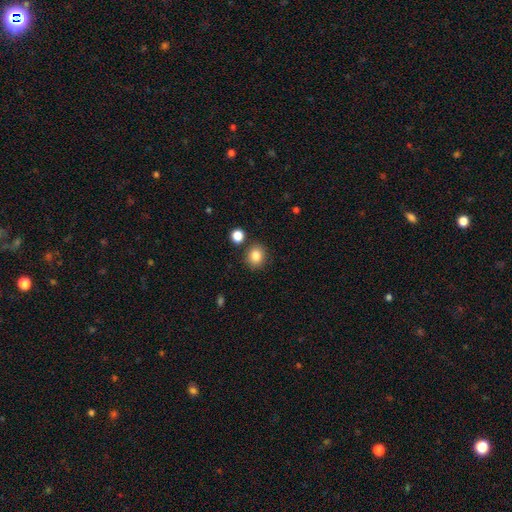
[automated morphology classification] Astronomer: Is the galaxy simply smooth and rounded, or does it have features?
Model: smooth — 83%.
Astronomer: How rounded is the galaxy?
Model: round — 76%.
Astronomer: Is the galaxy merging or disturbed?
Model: none — 84%.